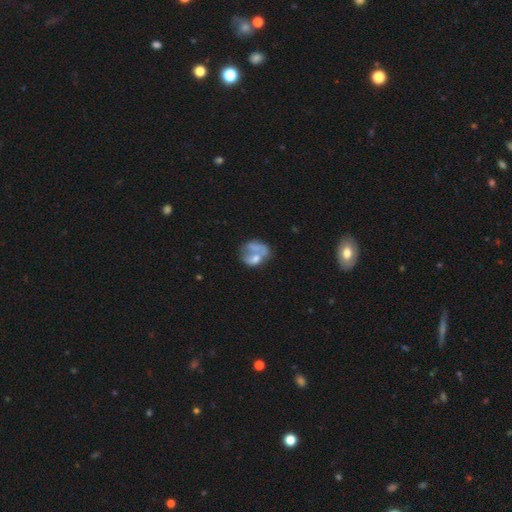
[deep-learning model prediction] smooth_or_featured: smooth (p=0.47) [alt: featured or disk p=0.43]
merging: merger (p=0.39) [alt: none p=0.25]